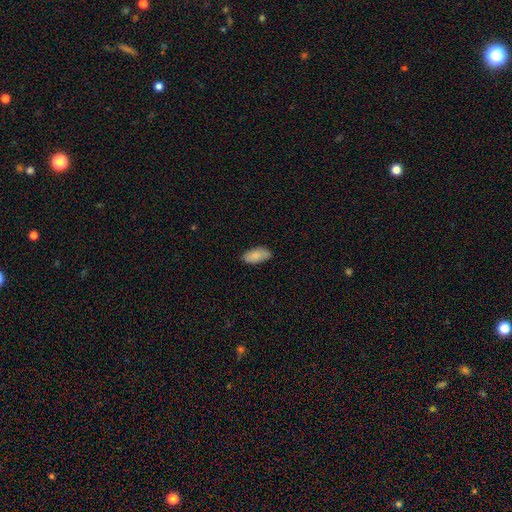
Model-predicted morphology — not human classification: Q: Smooth or featured?
A: smooth (87%); runner-up: featured or disk (7%)
Q: How rounded?
A: in between (92%); runner-up: cigar-shaped (6%)
Q: Merging?
A: none (84%); runner-up: minor disturbance (13%)